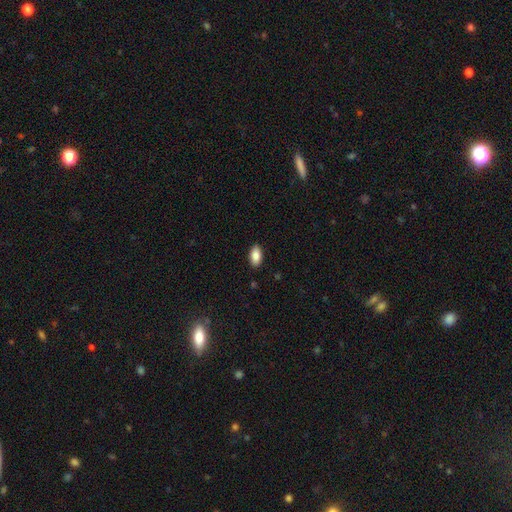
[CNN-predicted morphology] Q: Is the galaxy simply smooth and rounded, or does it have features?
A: smooth — 87%.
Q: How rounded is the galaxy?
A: in between — 93%.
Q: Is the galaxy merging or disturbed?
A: none — 89%.